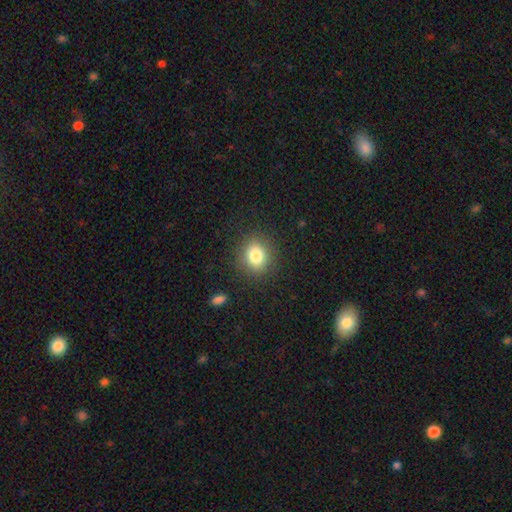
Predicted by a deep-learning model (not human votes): Q: Smooth or featured?
A: smooth (82%); runner-up: star or artifact (11%)
Q: How rounded?
A: round (69%); runner-up: in between (30%)
Q: Merging?
A: none (86%); runner-up: minor disturbance (9%)